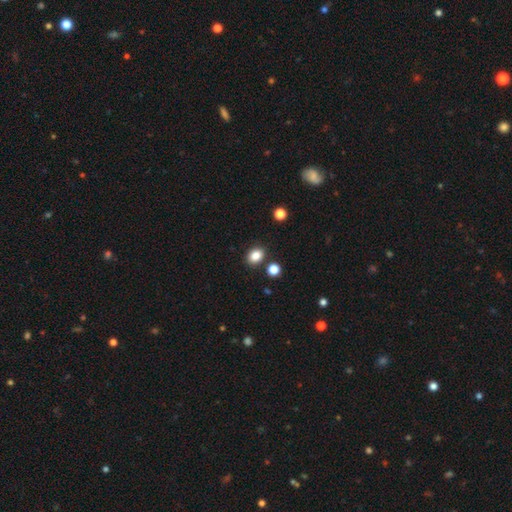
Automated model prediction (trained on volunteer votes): This is clearly a smooth galaxy (85%). How rounded: possibly in between (60%). Merging: clearly none (84%).